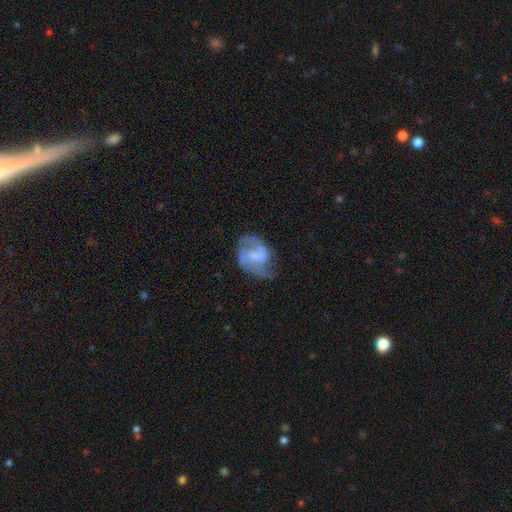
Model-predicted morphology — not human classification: A featured or disk galaxy (79%) with a weak bar (53%), 2 (76%) medium (51%) spiral arms (92%) and a small central bulge (36%, tied with none).

Vote fractions:
- Smooth or featured? featured or disk: 79% / smooth: 15% / star or artifact: 6%
- Edge-on disk? no: 98% / yes: 2%
- Bar? weak: 53% / no: 26% / strong: 21%
- Spiral arms? yes: 92% / no: 8%
- Spiral winding? medium: 51% / loose: 29% / tight: 20%
- Spiral arm count? 2: 76% / can't tell: 9% / 3: 6% / 1: 5% / 4: 2% / more than 4: 2%
- Bulge size? small: 36% (tied) / none: 36% (tied) / moderate: 22% / large: 4% / dominant: 1%
- Merging? none: 54% / minor disturbance: 25% / major disturbance: 19% / merger: 2%